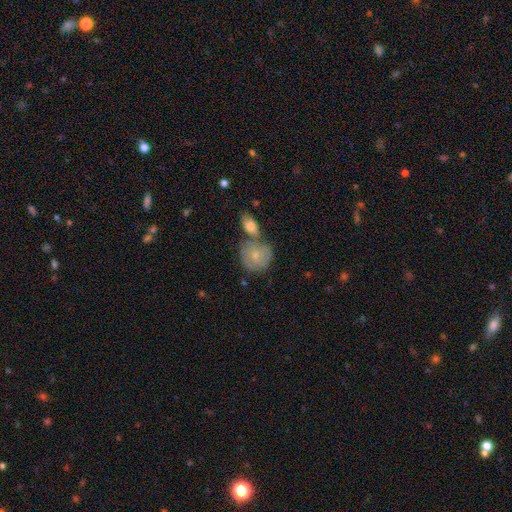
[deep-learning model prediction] Smooth or featured: smooth — 63% (featured or disk — 30%)
How rounded: round — 78% (in between — 21%)
Merging: none — 42% (merger — 36%)